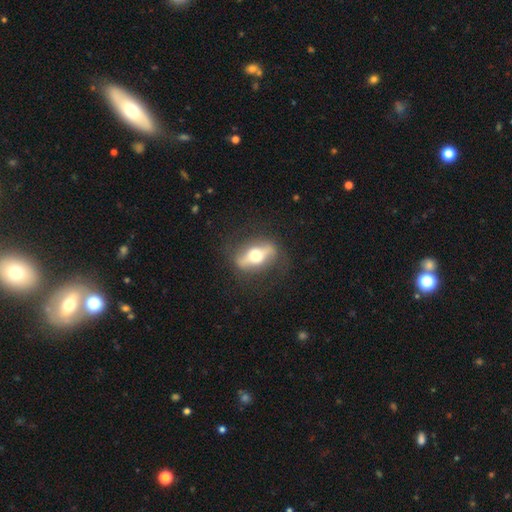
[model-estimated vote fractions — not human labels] Q: Smooth or featured?
A: featured or disk (64%); runner-up: smooth (30%)
Q: Edge-on disk?
A: yes (56%); runner-up: no (44%)
Q: Merging?
A: none (80%); runner-up: minor disturbance (12%)